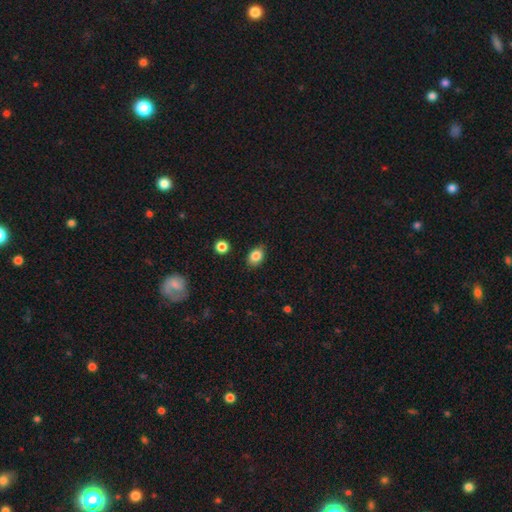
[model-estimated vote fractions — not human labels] smooth_or_featured: smooth (p=0.83) [alt: star or artifact p=0.09]
how_rounded: in between (p=0.73) [alt: round p=0.25]
merging: none (p=0.82) [alt: minor disturbance p=0.14]